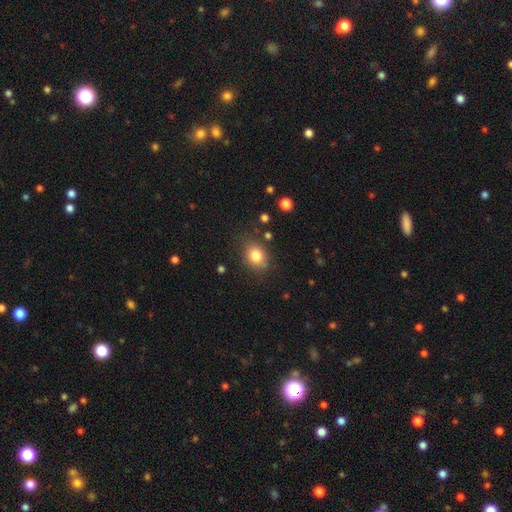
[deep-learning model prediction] The model was most divided on "how rounded": round: 59%, in between: 40%, cigar-shaped: 1%. More confident: smooth or featured — smooth (81%); merging — none (78%).